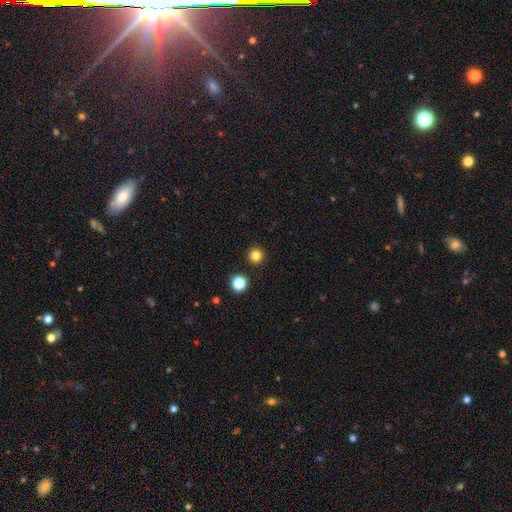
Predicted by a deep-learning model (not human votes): smooth 81%, star or artifact 14%, featured or disk 5%. Down the decision tree: how rounded — round (96%); merging — none (92%).